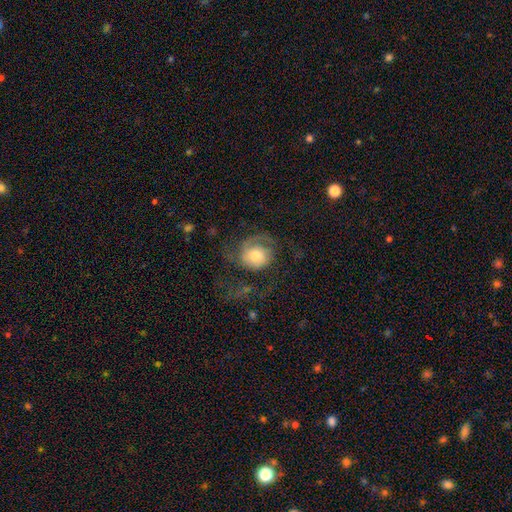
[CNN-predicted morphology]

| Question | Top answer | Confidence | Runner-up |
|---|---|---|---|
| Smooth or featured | featured or disk | 59% | smooth (34%) |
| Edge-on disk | no | 97% | yes (3%) |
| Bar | no | 77% | weak (19%) |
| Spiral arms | yes | 84% | no (16%) |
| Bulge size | moderate | 61% | large (19%) |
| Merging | none | 42% | major disturbance (38%) |